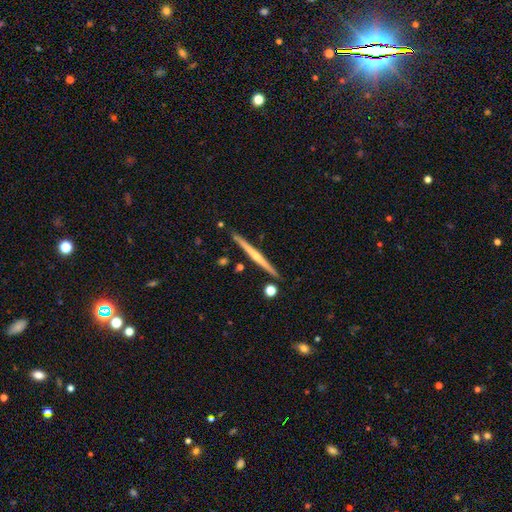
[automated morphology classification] type=featured or disk (69%); edge-on=yes (98%); edge-on bulge=rounded (56%); merging=none (89%).